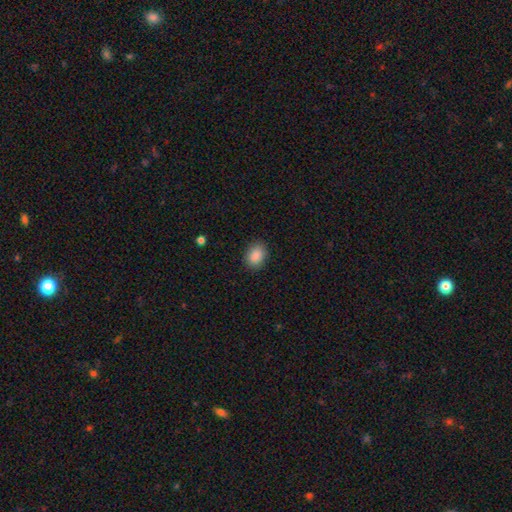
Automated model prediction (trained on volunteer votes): smooth-or-featured: smooth: 88% | star or artifact: 8% | featured or disk: 3%
  how-rounded: in between: 70% | round: 29% | cigar-shaped: 1%
  merging: none: 88% | minor disturbance: 9% | major disturbance: 2% | merger: 1%